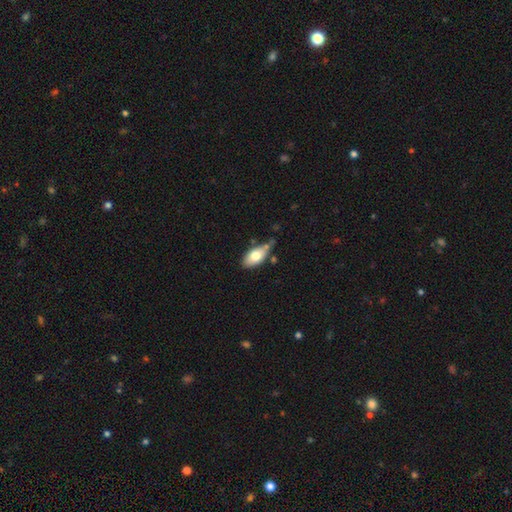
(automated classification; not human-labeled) Q: Smooth or featured?
A: smooth (73%); runner-up: featured or disk (21%)
Q: How rounded?
A: in between (91%); runner-up: cigar-shaped (5%)
Q: Merging?
A: none (53%); runner-up: minor disturbance (29%)